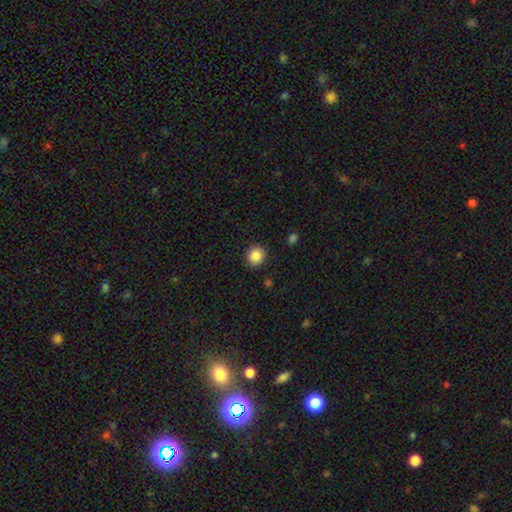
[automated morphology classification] Smooth or featured? smooth (87%)
How rounded? round (86%)
Merging? none (90%)